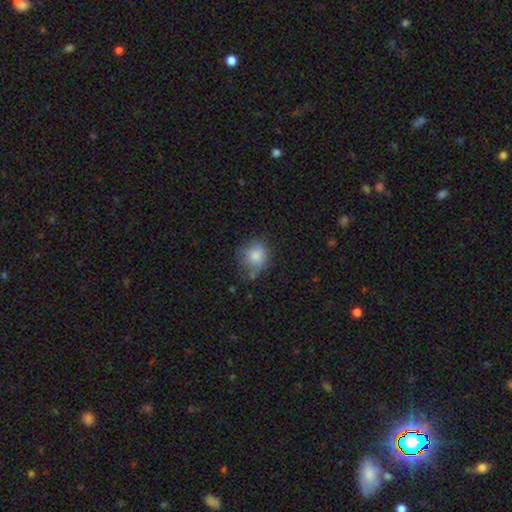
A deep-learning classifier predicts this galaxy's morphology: Smooth or featured? Predicted: smooth (p=0.79). How rounded? Predicted: round (p=0.77). Merging? Predicted: none (p=0.58).